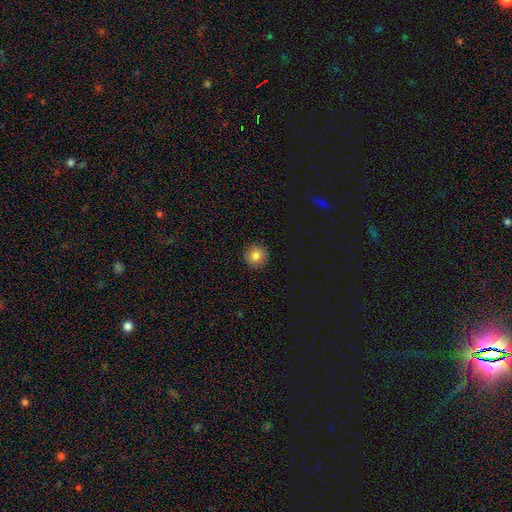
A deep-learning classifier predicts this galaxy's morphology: smooth_or_featured: smooth (p=0.82) [alt: star or artifact p=0.10]
how_rounded: round (p=0.95) [alt: in between p=0.04]
merging: none (p=0.92) [alt: minor disturbance p=0.06]